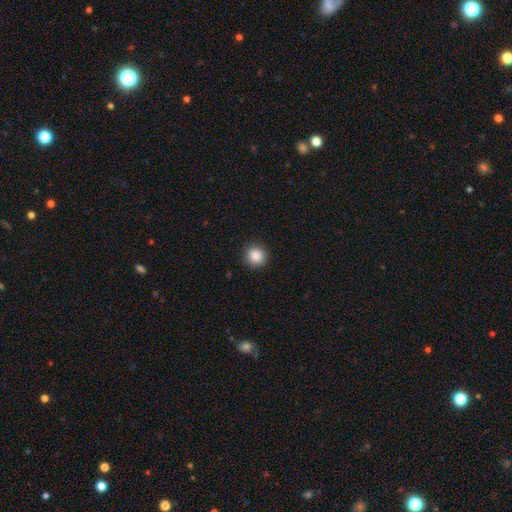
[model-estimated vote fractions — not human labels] This is clearly a smooth galaxy (88%). How rounded: clearly round (93%). Merging: clearly none (91%).